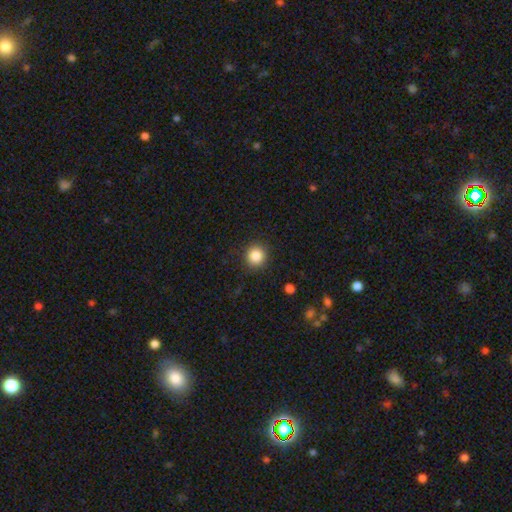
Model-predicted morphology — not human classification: Q: Smooth or featured?
A: smooth (85%); runner-up: star or artifact (10%)
Q: How rounded?
A: round (92%); runner-up: in between (7%)
Q: Merging?
A: none (90%); runner-up: minor disturbance (7%)